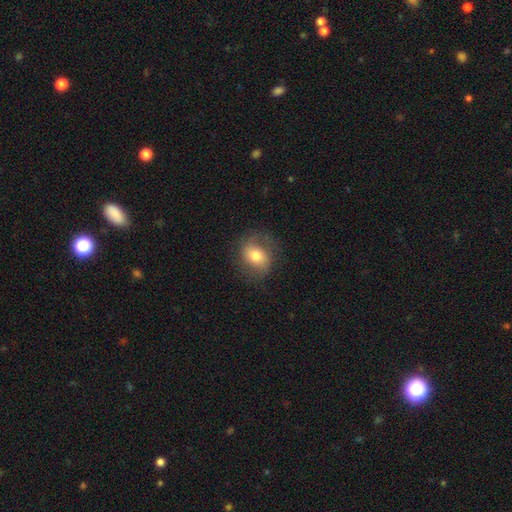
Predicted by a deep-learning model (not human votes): Smooth or featured?
  - smooth: 59% *
  - featured or disk: 33%
  - star or artifact: 9%
How rounded?
  - round: 58% *
  - in between: 41%
  - cigar-shaped: 1%
Merging?
  - none: 74% *
  - minor disturbance: 17%
  - major disturbance: 9%
  - merger: 1%